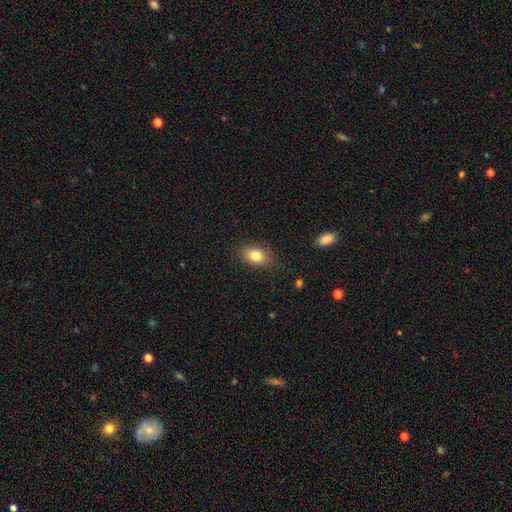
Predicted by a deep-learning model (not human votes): This is clearly a smooth galaxy (82%). How rounded: clearly in between (83%). Merging: clearly none (85%).